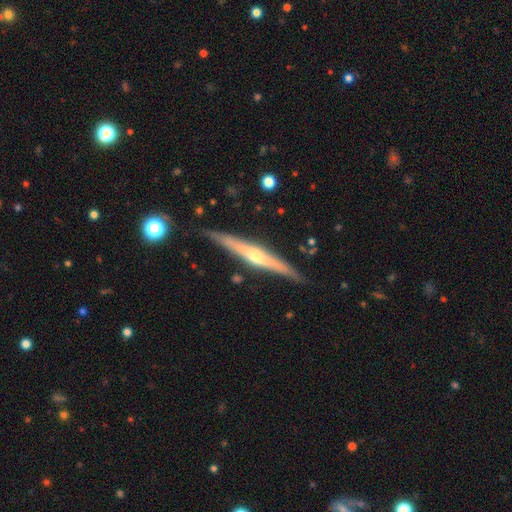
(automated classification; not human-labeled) Smooth or featured?
  - featured or disk: 73% *
  - smooth: 22%
  - star or artifact: 6%
Edge-on disk?
  - yes: 96% *
  - no: 4%
Edge-on bulge?
  - rounded: 81% *
  - none: 12%
  - boxy: 6%
Merging?
  - none: 85% *
  - minor disturbance: 11%
  - major disturbance: 2%
  - merger: 2%